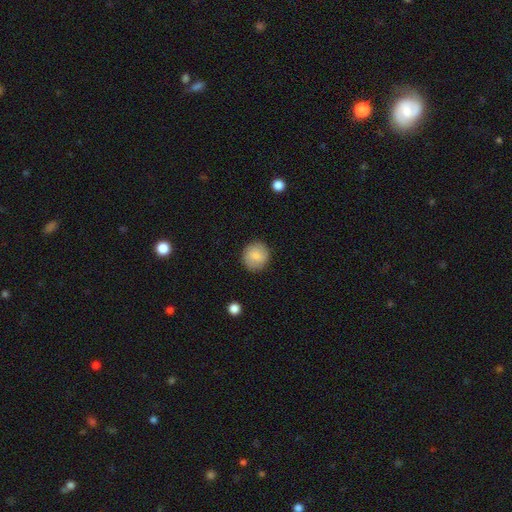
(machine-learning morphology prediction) smooth 83%, featured or disk 10%, star or artifact 7%. Down the decision tree: how rounded — round (87%); merging — none (88%).